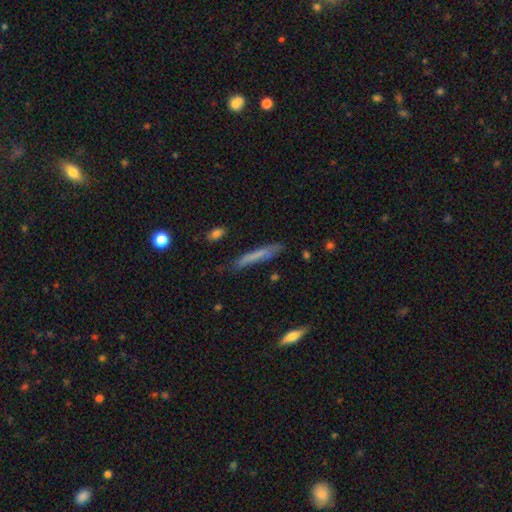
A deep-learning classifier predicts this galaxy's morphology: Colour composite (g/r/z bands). It shows a smooth galaxy with no disk features (64%) that is cigar-shaped (94%). Merging: none (76%).